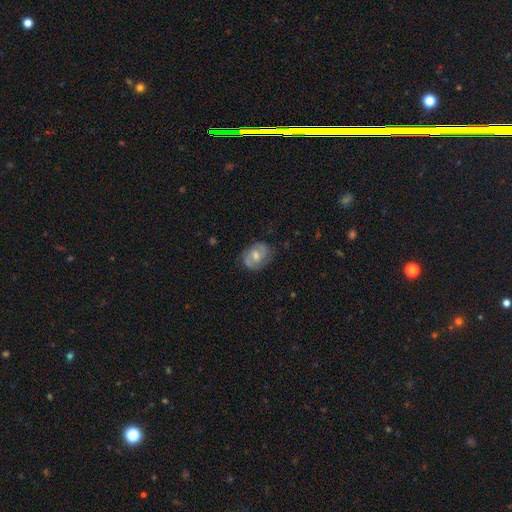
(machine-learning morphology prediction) A featured or disk galaxy (64%) with a weak bar (48%), 2 (78%) medium (45%) spiral arms (84%) and a moderate central bulge (59%). Merging: none (73%).